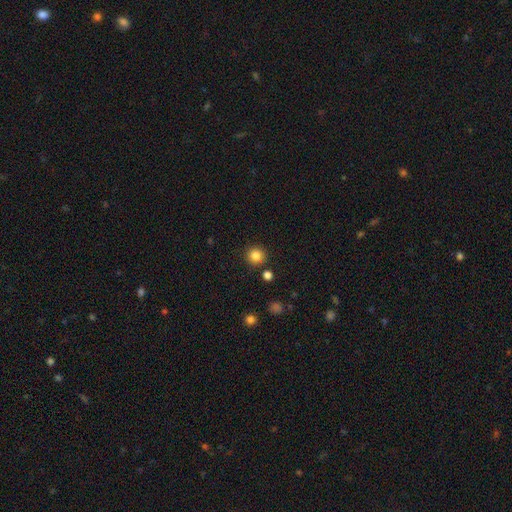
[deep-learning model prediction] Smooth or featured: smooth — 84% (star or artifact — 12%)
How rounded: round — 94% (in between — 5%)
Merging: none — 87% (minor disturbance — 7%)